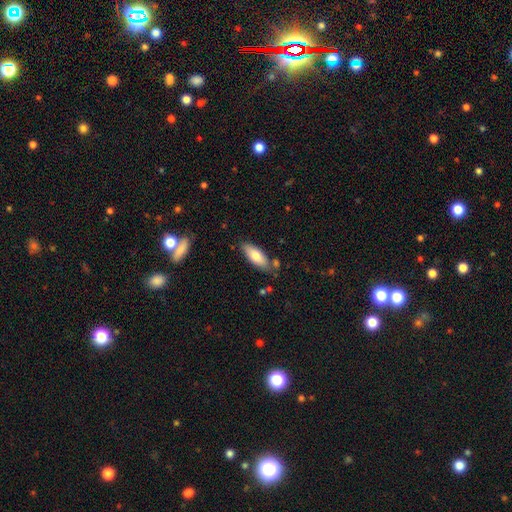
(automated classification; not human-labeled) A smooth galaxy with no disk features (76%) that is in between round and cigar-shaped (73%). Merging: none (76%).